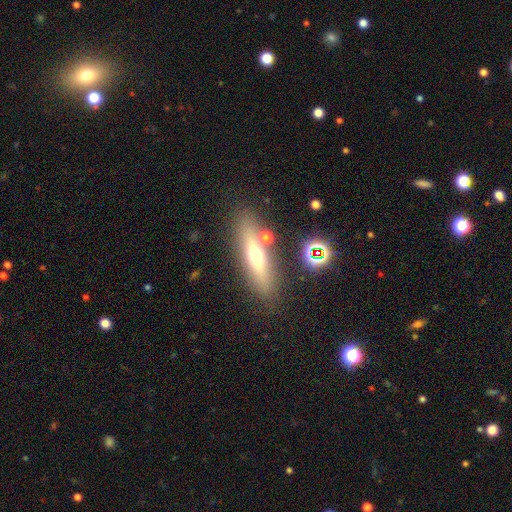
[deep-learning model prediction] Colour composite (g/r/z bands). It shows a featured or disk galaxy (45%). Merging: none (80%).